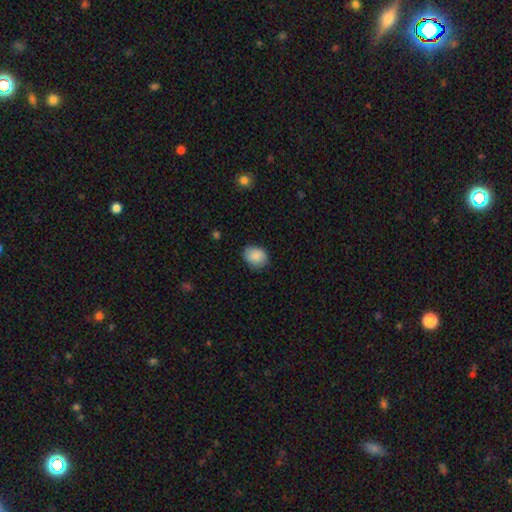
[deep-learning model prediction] A smooth galaxy with no disk features (87%) that is round (50%).

Vote fractions:
- Smooth or featured? smooth: 87% / star or artifact: 7% / featured or disk: 5%
- How rounded? round: 50% / in between: 49% / cigar-shaped: 1%
- Merging? none: 80% / minor disturbance: 16% / major disturbance: 3% / merger: 1%